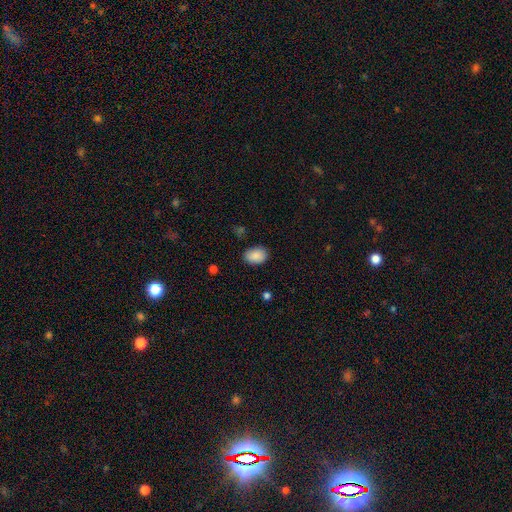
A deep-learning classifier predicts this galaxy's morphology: smooth_or_featured: smooth (p=0.89) [alt: star or artifact p=0.07]
how_rounded: in between (p=0.82) [alt: round p=0.17]
merging: none (p=0.86) [alt: minor disturbance p=0.11]